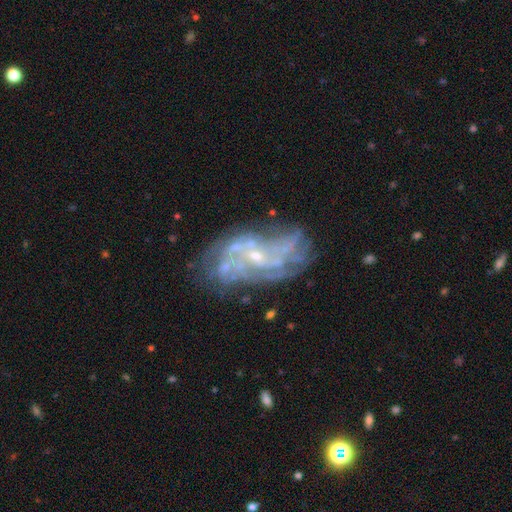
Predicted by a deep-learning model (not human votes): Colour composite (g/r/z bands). It shows a featured or disk galaxy (80%) with no bar (69%), medium (38%) spiral arms (75%) and a small central bulge (77%). Merging: none (56%).